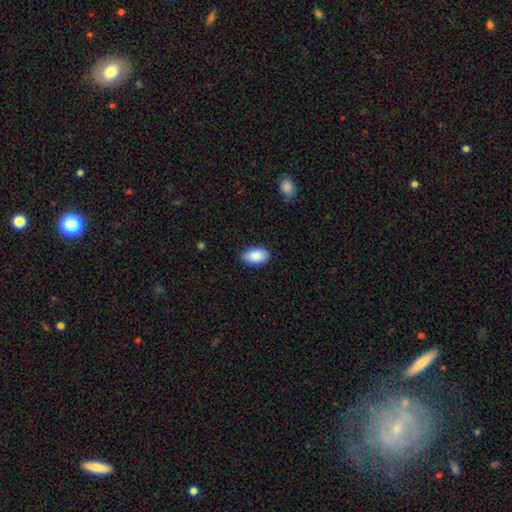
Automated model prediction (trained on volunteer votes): Smooth or featured? Predicted: smooth (p=0.87). How rounded? Predicted: in between (p=0.94). Merging? Predicted: none (p=0.82).